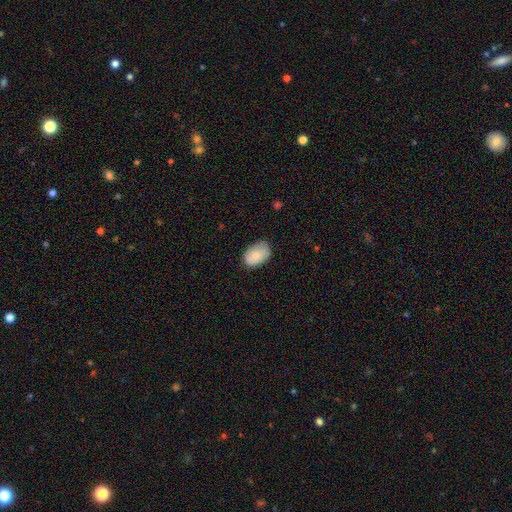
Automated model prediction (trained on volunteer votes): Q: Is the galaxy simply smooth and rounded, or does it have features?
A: smooth — 78%.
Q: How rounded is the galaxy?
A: in between — 87%.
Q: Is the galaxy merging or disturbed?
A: none — 74%.